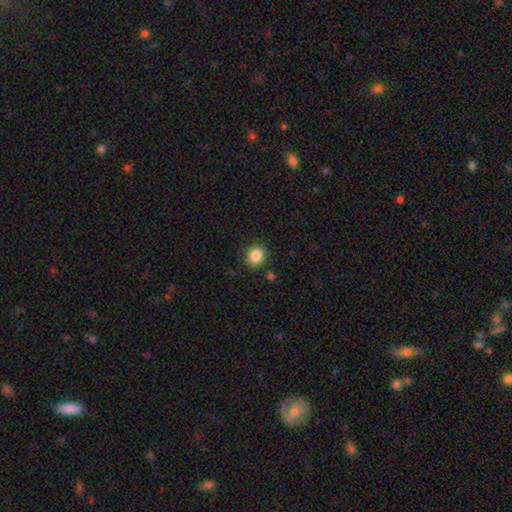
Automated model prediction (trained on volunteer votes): Q: Smooth or featured?
A: smooth (87%); runner-up: star or artifact (10%)
Q: How rounded?
A: round (82%); runner-up: in between (17%)
Q: Merging?
A: none (85%); runner-up: minor disturbance (9%)